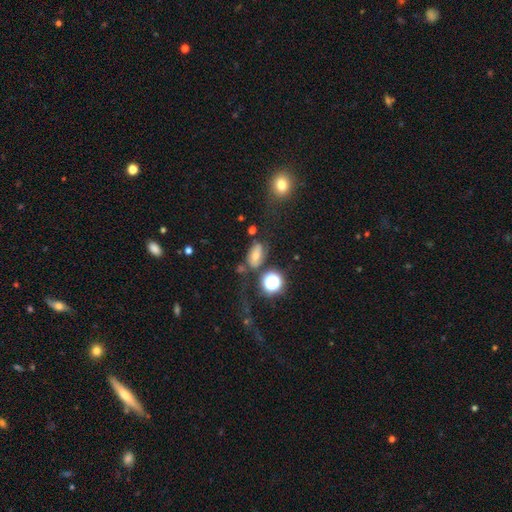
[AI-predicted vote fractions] This is possibly a smooth galaxy (54%). How rounded: likely in between (79%). Merging: possibly none (56%).